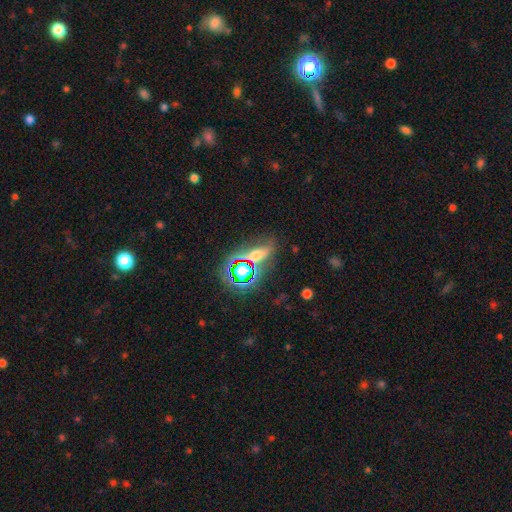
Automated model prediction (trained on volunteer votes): Overall: star or artifact (39%; smooth 36%).